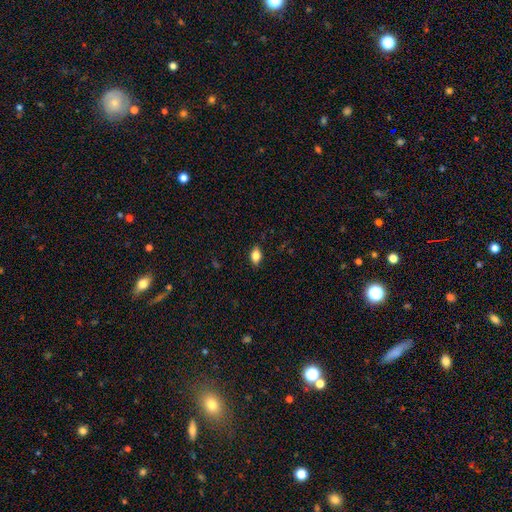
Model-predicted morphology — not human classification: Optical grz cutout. It shows a smooth galaxy with no disk features (81%) that is in between round and cigar-shaped (83%). Merging: none (86%).